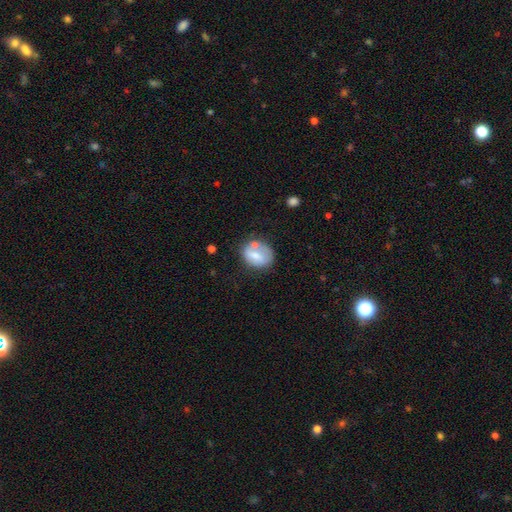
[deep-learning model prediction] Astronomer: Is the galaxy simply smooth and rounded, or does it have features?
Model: smooth — 59%.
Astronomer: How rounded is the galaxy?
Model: in between — 51% (runner-up: round, 48%).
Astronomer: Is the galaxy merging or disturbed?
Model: none — 50%.